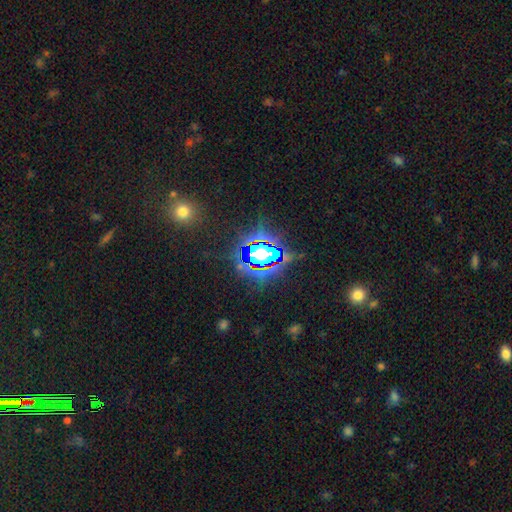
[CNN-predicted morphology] smooth-or-featured: star or artifact: 75% | smooth: 13% | featured or disk: 12%